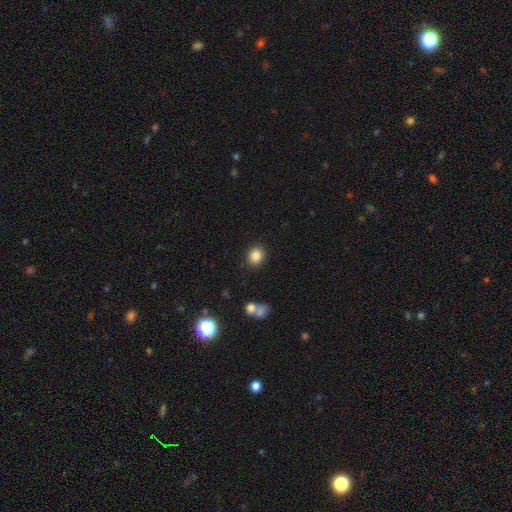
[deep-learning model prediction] smooth 84%, star or artifact 10%, featured or disk 5%. Down the decision tree: how rounded — round (77%); merging — none (89%).